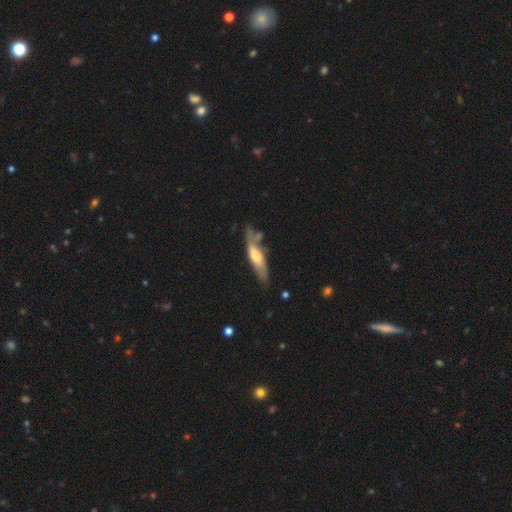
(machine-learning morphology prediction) type=smooth (52%); roundness=cigar-shaped (64%); merging=none (50%).